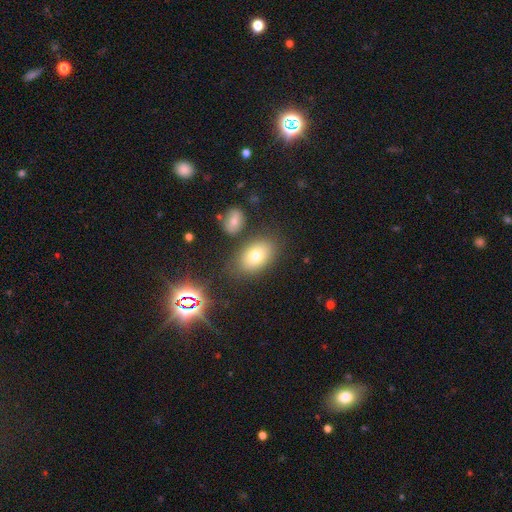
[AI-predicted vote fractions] Morphology: type=smooth (75%); roundness=in between (82%); merging=none (77%).